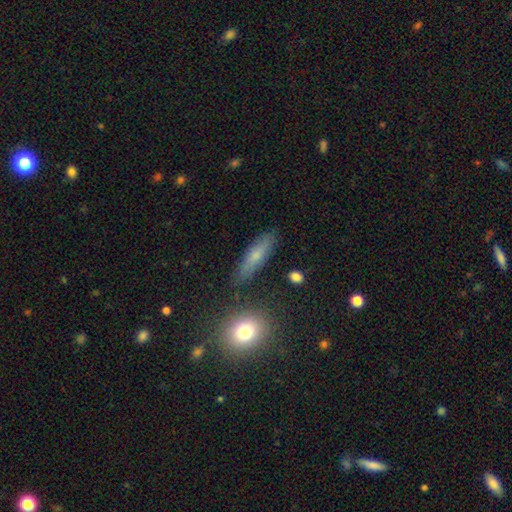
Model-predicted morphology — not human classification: Smooth or featured? Predicted: smooth (p=0.61). How rounded? Predicted: cigar-shaped (p=0.67). Merging? Predicted: none (p=0.83).